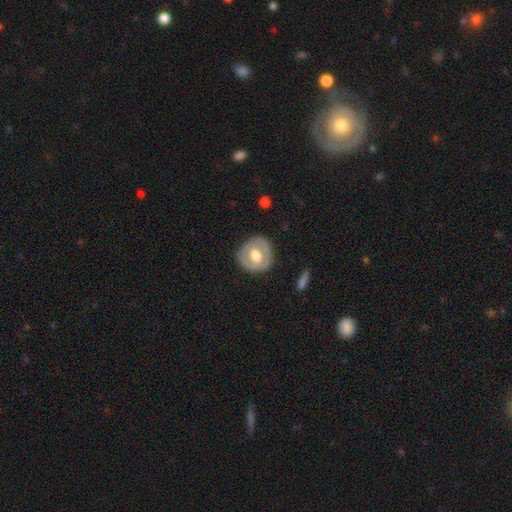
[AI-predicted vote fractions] Smooth or featured: featured or disk — 49% (smooth — 46%)
Merging: none — 81% (minor disturbance — 13%)